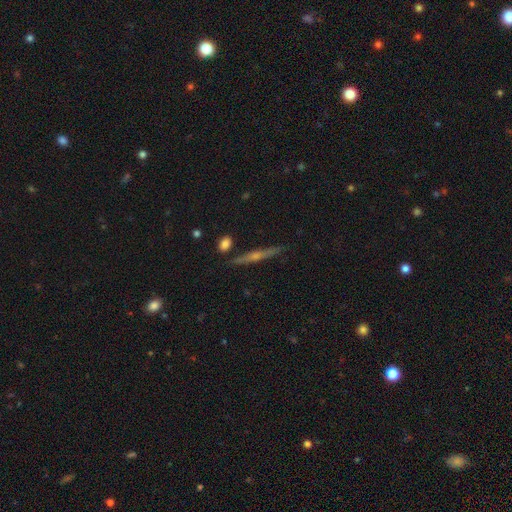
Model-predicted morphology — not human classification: This appears to be a featured or disk galaxy (70%) viewed edge-on (97%) with a rounded central bulge (77%). Merging: none (88%).